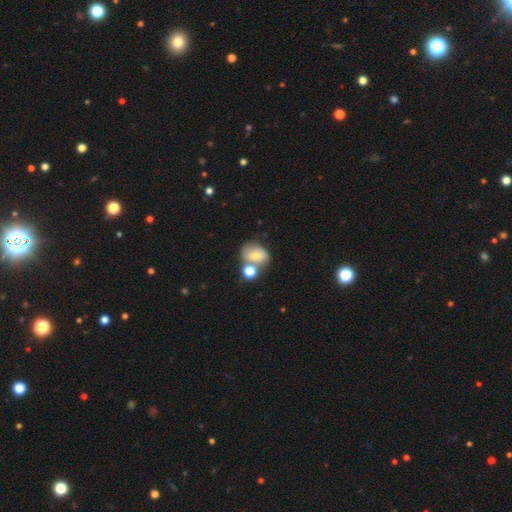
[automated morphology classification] A smooth galaxy with no disk features (63%) that is in between round and cigar-shaped (60%). Merging: none (39%).